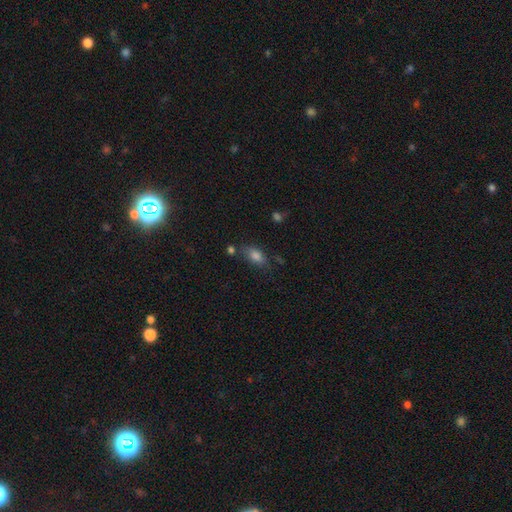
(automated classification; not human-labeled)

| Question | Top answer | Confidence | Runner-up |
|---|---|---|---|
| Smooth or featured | smooth | 80% | featured or disk (10%) |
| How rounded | in between | 85% | cigar-shaped (9%) |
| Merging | none | 65% | minor disturbance (20%) |